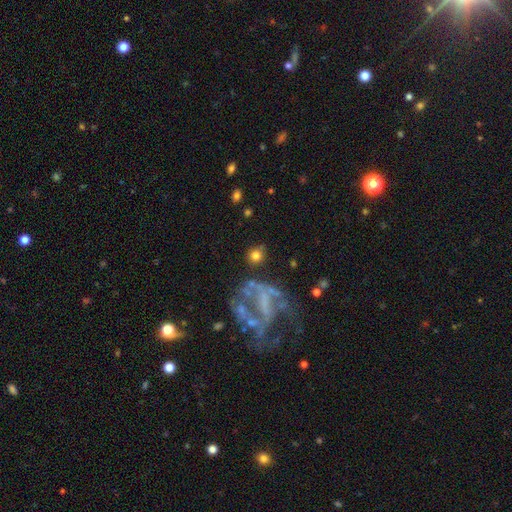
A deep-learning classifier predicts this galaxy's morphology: smooth-or-featured: smooth: 67% | featured or disk: 20% | star or artifact: 13%
  how-rounded: round: 85% | in between: 14% | cigar-shaped: 2%
  merging: none: 71% | minor disturbance: 12% | major disturbance: 10% | merger: 7%